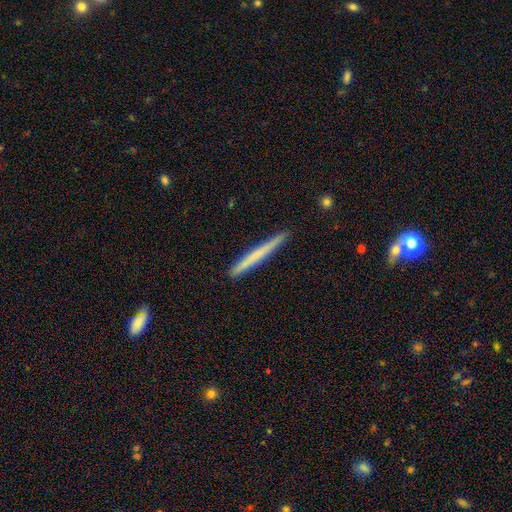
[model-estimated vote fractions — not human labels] The model was most divided on "smooth or featured": smooth: 58%, featured or disk: 37%, star or artifact: 6%. More confident: how rounded — cigar-shaped (97%); merging — none (91%).